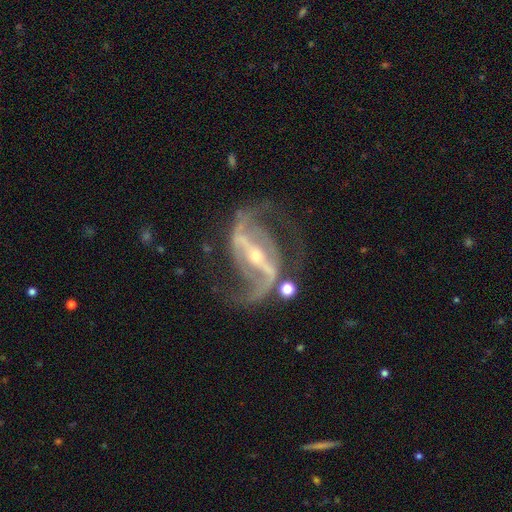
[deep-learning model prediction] This appears to be a featured or disk galaxy (92%) with a strong bar (76%), 2 (90%) medium (47%) spiral arms (97%) and a small central bulge (67%). Merging: none (64%).